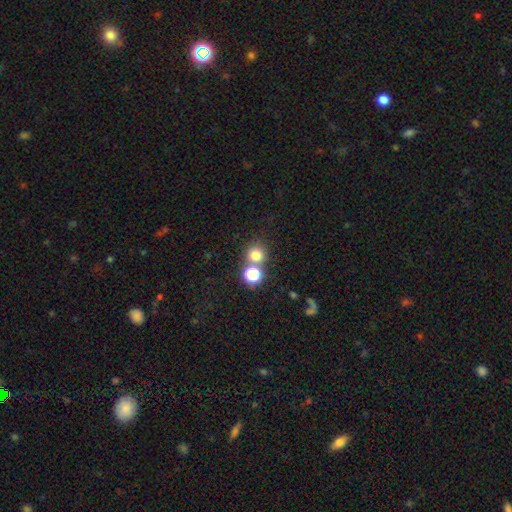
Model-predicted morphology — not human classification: Smooth or featured: smooth — 74% (star or artifact — 18%)
How rounded: round — 88% (in between — 11%)
Merging: none — 63% (merger — 26%)